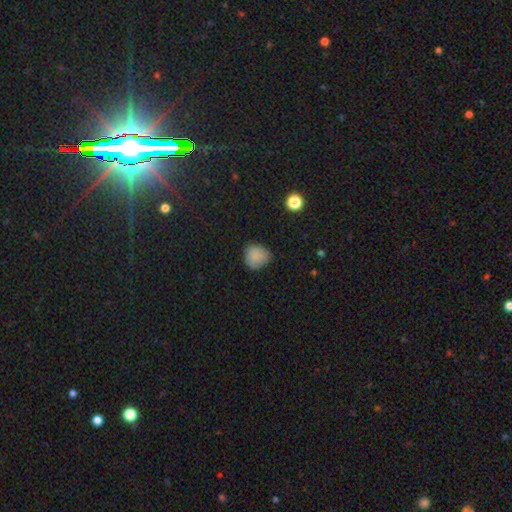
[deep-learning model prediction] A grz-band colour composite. It shows a smooth galaxy with no disk features (82%) that is round (82%). Merging: none (69%).